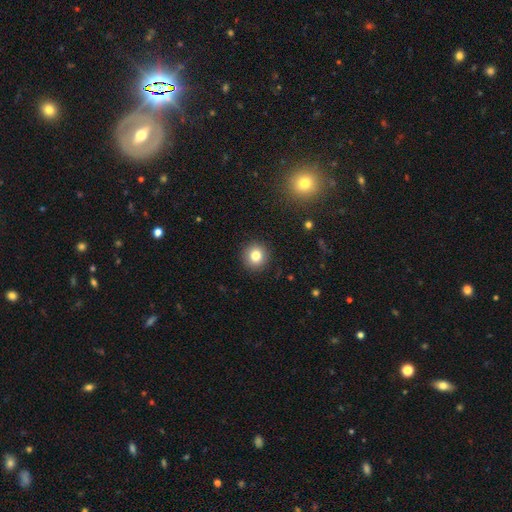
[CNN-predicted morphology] smooth 81%, star or artifact 11%, featured or disk 8%. Down the decision tree: how rounded — round (93%); merging — none (92%).